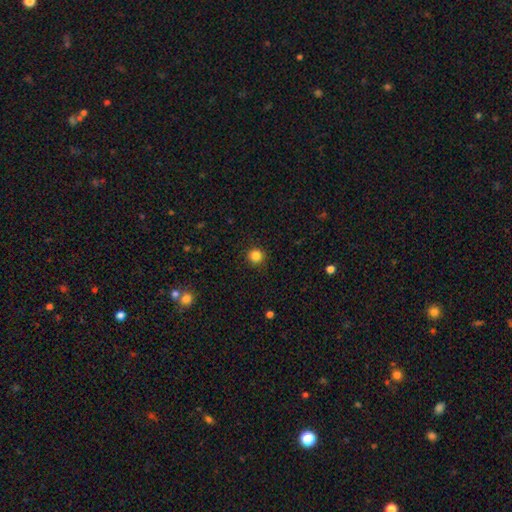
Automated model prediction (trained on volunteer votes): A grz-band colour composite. It shows a smooth galaxy with no disk features (84%) that is round (94%). Merging: none (91%).